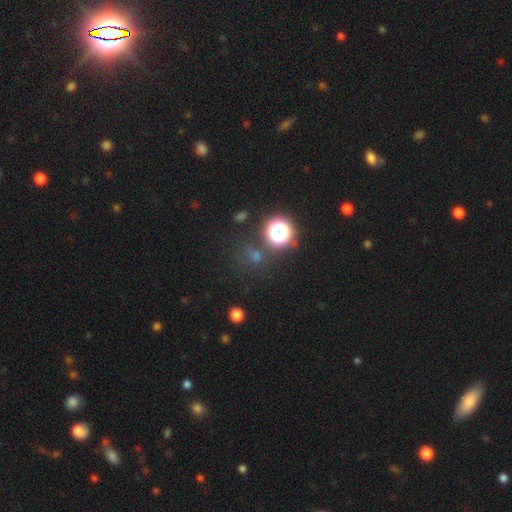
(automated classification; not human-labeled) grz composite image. It shows a star or artifact, not a galaxy (48%).